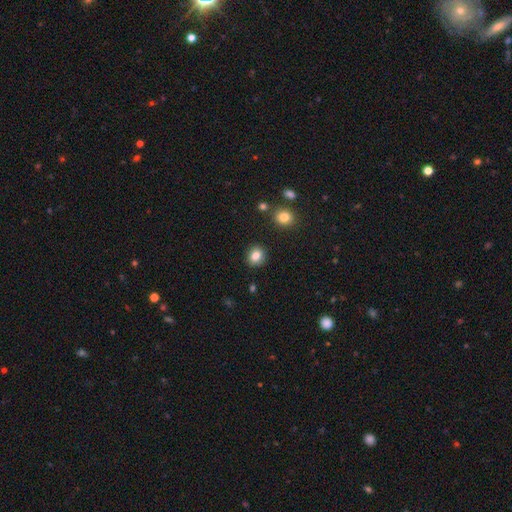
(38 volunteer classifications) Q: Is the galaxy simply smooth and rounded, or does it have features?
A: smooth — 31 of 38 (82%).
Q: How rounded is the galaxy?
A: round — 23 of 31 (74%).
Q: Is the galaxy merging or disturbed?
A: none — 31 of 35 (89%).